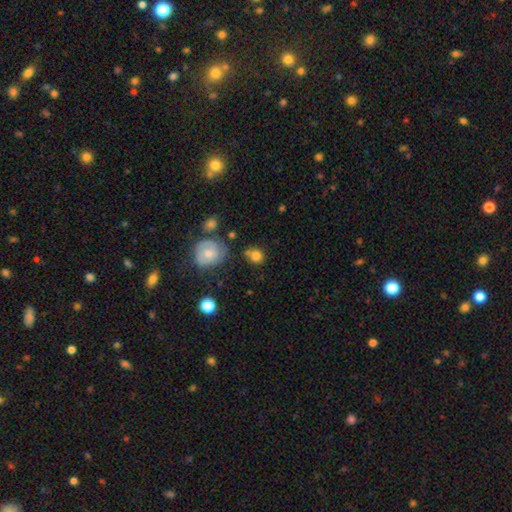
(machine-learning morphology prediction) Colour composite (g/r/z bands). It shows a smooth galaxy with no disk features (80%) that is round (76%). Merging: none (60%).